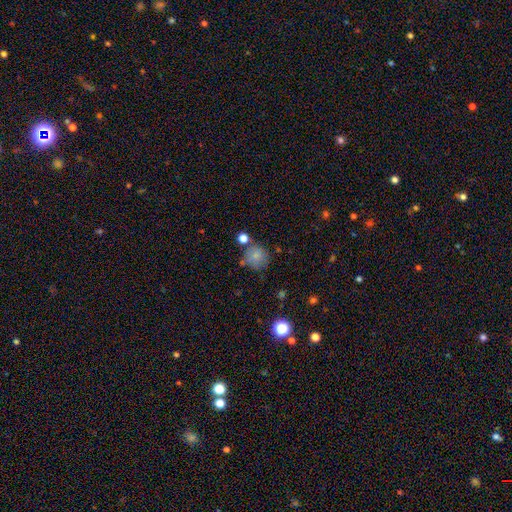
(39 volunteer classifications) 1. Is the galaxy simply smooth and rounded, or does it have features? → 82% smooth, 13% featured or disk, 5% star or artifact.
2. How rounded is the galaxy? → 97% round, 3% in between, 0% cigar-shaped.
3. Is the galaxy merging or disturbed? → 81% none, 14% minor disturbance, 5% merger, 0% major disturbance.